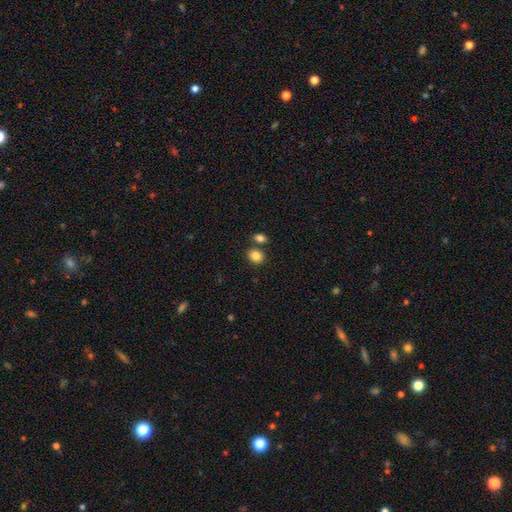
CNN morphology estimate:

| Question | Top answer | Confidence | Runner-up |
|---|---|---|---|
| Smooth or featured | smooth | 85% | star or artifact (10%) |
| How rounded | round | 65% | in between (34%) |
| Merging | none | 73% | merger (16%) |